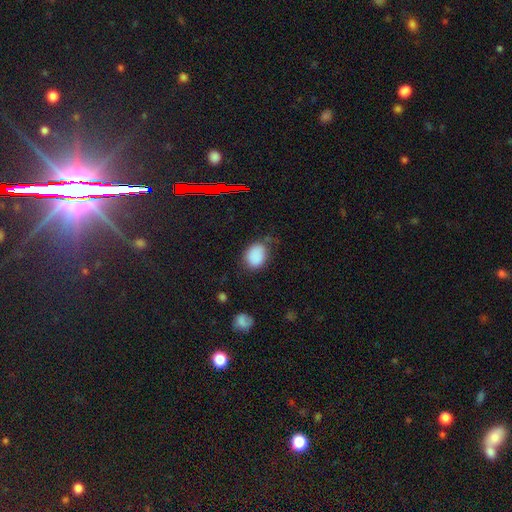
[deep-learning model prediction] Smooth or featured?
  - smooth: 85% *
  - star or artifact: 10%
  - featured or disk: 5%
How rounded?
  - in between: 67% *
  - round: 32%
  - cigar-shaped: 1%
Merging?
  - none: 62% *
  - minor disturbance: 26%
  - major disturbance: 9%
  - merger: 3%